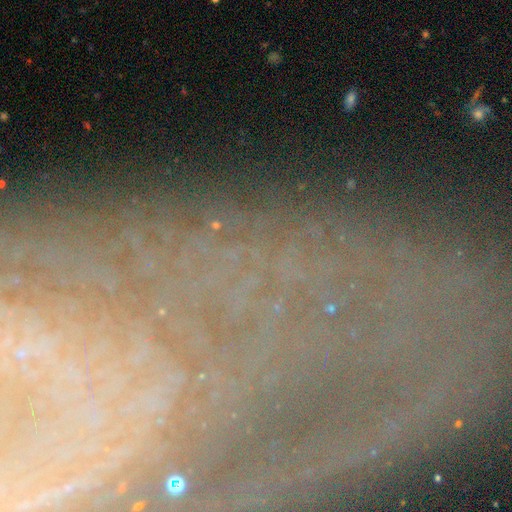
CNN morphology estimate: star or artifact 49%, featured or disk 35%, smooth 17%.